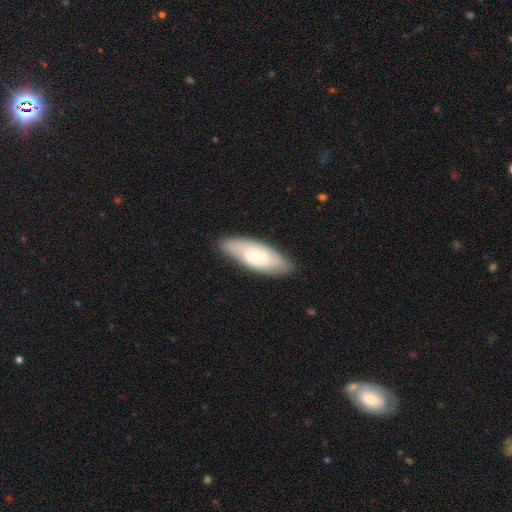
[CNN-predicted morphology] smooth-or-featured: featured or disk: 48% | smooth: 46% | star or artifact: 6%
  merging: none: 79% | minor disturbance: 16% | major disturbance: 3% | merger: 1%